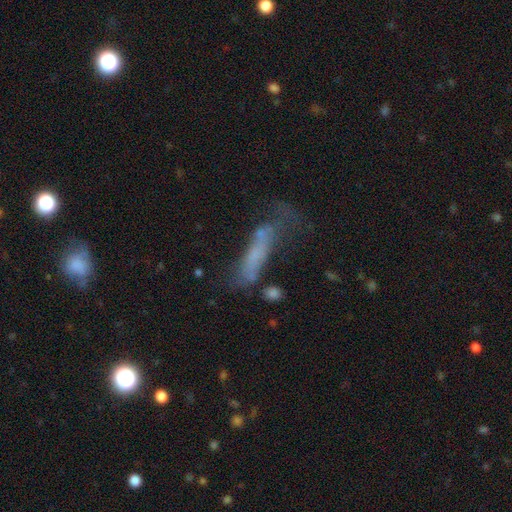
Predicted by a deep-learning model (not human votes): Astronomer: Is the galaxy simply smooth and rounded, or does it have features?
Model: smooth — 51% (runner-up: featured or disk, 33%).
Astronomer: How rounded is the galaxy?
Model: cigar-shaped — 71%.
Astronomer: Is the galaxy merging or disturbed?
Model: major disturbance — 33% (runner-up: none, 32%).